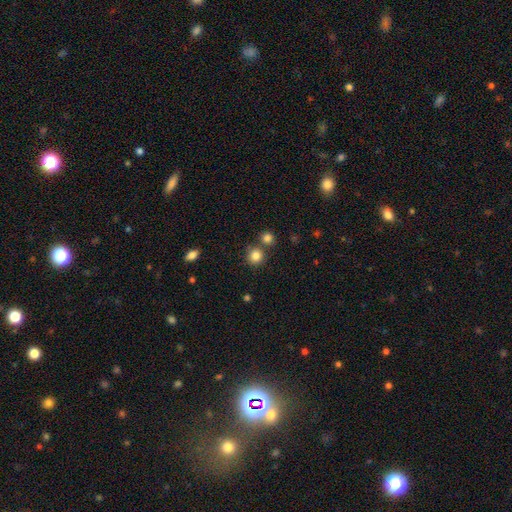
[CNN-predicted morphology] The model was most divided on "merging": none: 72%, merger: 18%, minor disturbance: 8%, major disturbance: 3%. More confident: how rounded — round (91%); smooth or featured — smooth (84%).